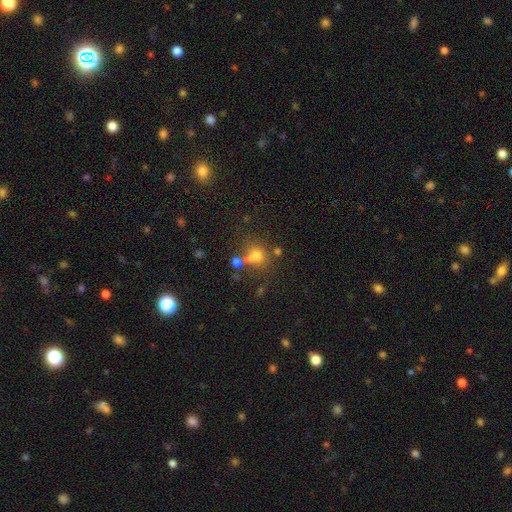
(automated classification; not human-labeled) smooth 64%, star or artifact 21%, featured or disk 15%. Down the decision tree: how rounded — round (72%); merging — none (49%).